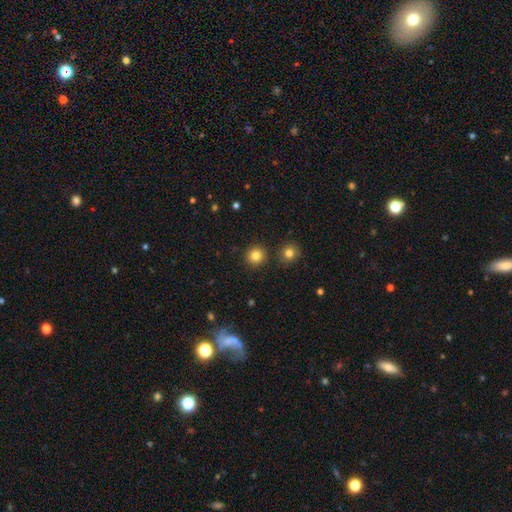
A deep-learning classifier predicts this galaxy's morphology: The model was most divided on "smooth or featured": smooth: 83%, star or artifact: 12%, featured or disk: 5%. More confident: how rounded — round (93%); merging — none (89%).